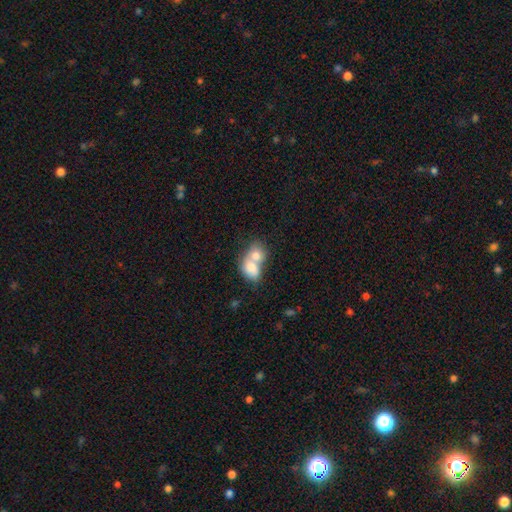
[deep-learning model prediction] Smooth or featured?
  - smooth: 74% *
  - featured or disk: 19%
  - star or artifact: 7%
How rounded?
  - in between: 64% *
  - round: 35%
  - cigar-shaped: 1%
Merging?
  - merger: 77% *
  - none: 14%
  - minor disturbance: 5%
  - major disturbance: 3%